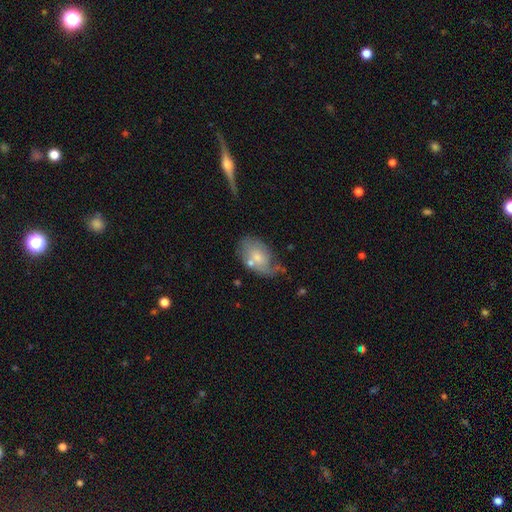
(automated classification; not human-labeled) smooth_or_featured: featured or disk (p=0.48) [alt: smooth p=0.42]
merging: none (p=0.47) [alt: minor disturbance p=0.29]